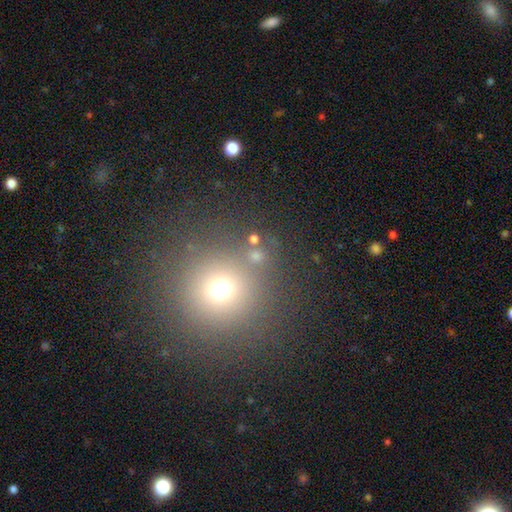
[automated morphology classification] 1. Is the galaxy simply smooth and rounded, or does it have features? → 66% smooth, 25% star or artifact, 9% featured or disk.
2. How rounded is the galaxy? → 94% round, 5% in between, 1% cigar-shaped.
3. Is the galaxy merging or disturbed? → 83% none, 7% minor disturbance, 6% merger, 4% major disturbance.